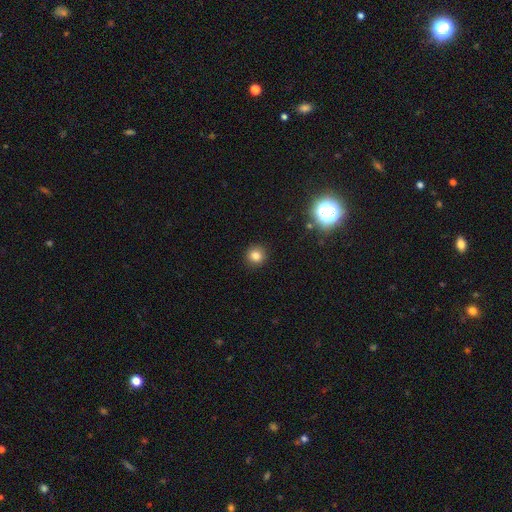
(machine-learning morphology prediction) A smooth galaxy with no disk features (80%) that is round (92%).

Vote fractions:
- Smooth or featured? smooth: 80% / star or artifact: 14% / featured or disk: 6%
- How rounded? round: 92% / in between: 7% / cigar-shaped: 1%
- Merging? none: 91% / minor disturbance: 6% / major disturbance: 2% / merger: 1%